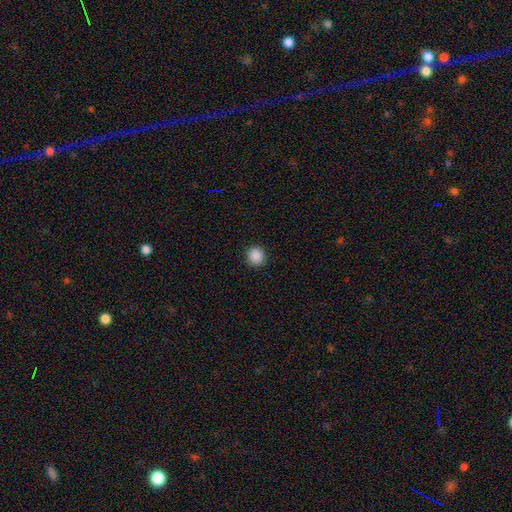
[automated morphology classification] This is clearly a smooth galaxy (88%). How rounded: clearly round (89%). Merging: clearly none (91%).